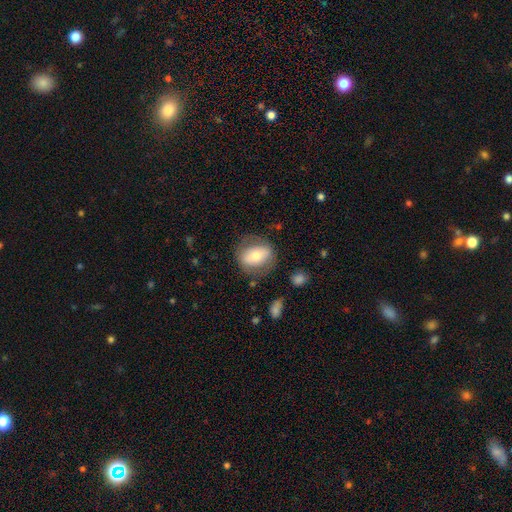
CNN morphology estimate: Smooth or featured?
  - smooth: 57% *
  - featured or disk: 36%
  - star or artifact: 7%
How rounded?
  - in between: 59% *
  - round: 39%
  - cigar-shaped: 2%
Merging?
  - none: 73% *
  - minor disturbance: 16%
  - major disturbance: 9%
  - merger: 2%